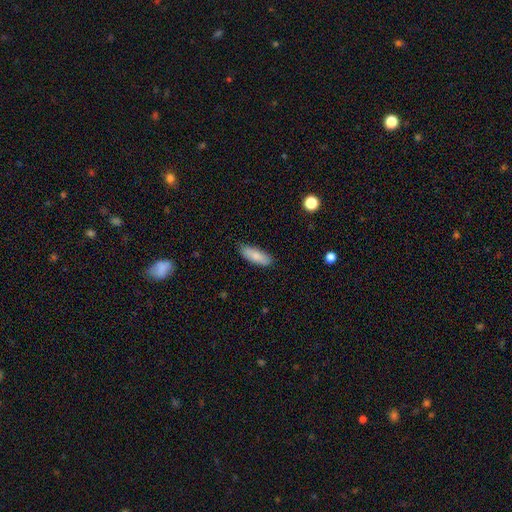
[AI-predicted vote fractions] A smooth galaxy with no disk features (85%) that is in between round and cigar-shaped (61%).

Vote fractions:
- Smooth or featured? smooth: 85% / featured or disk: 9% / star or artifact: 6%
- How rounded? in between: 61% / cigar-shaped: 37% / round: 2%
- Merging? none: 84% / minor disturbance: 12% / major disturbance: 2% / merger: 1%